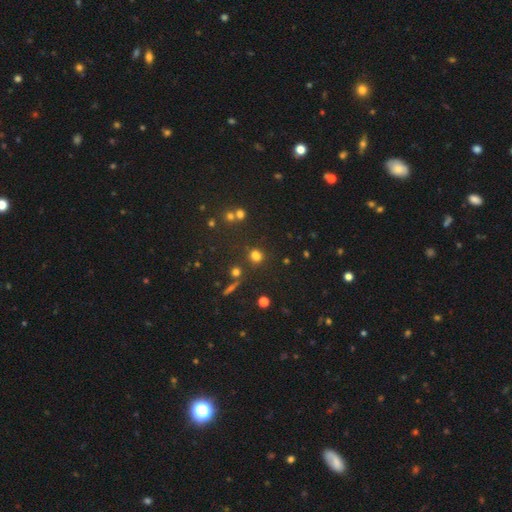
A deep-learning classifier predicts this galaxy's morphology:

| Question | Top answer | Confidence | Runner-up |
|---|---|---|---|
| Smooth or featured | smooth | 72% | star or artifact (20%) |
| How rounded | round | 68% | in between (29%) |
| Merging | none | 74% | minor disturbance (11%) |